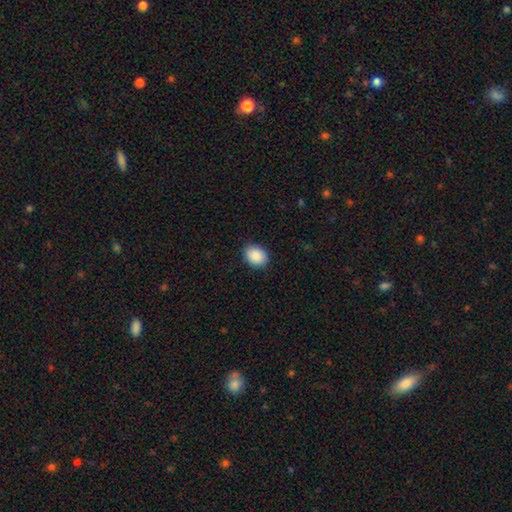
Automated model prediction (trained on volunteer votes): Smooth or featured? smooth (90%)
How rounded? in between (67%)
Merging? none (87%)